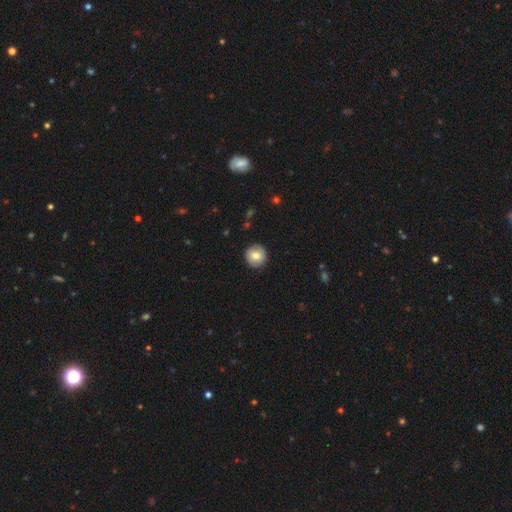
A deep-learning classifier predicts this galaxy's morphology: Smooth or featured?
  - smooth: 73% *
  - featured or disk: 20%
  - star or artifact: 8%
How rounded?
  - round: 94% *
  - in between: 5%
  - cigar-shaped: 1%
Merging?
  - none: 90% *
  - minor disturbance: 7%
  - major disturbance: 2%
  - merger: 1%